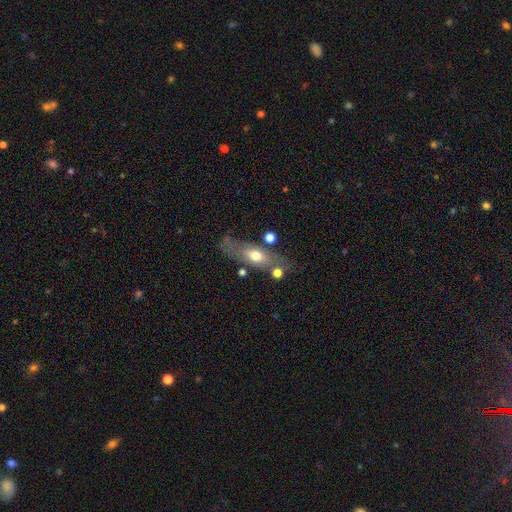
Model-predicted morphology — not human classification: smooth_or_featured: smooth (p=0.52) [alt: featured or disk p=0.40]
how_rounded: in between (p=0.64) [alt: cigar-shaped p=0.30]
merging: none (p=0.63) [alt: minor disturbance p=0.19]